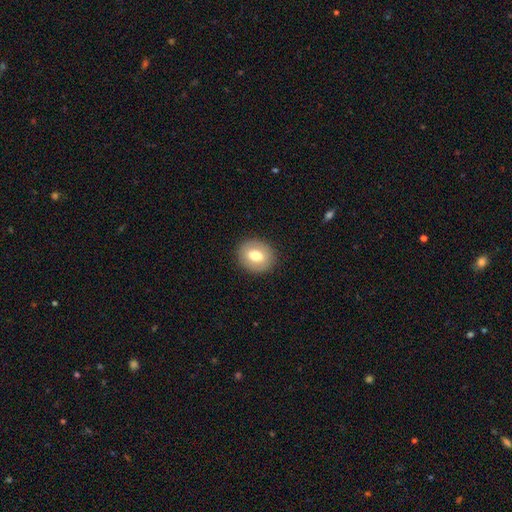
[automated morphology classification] This appears to be a smooth galaxy with no disk features (70%) that is round (65%). Merging: none (89%).